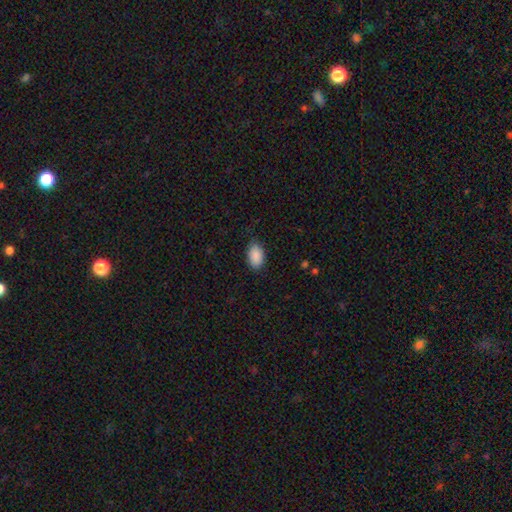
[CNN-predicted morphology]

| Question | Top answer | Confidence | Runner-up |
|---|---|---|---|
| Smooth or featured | smooth | 90% | star or artifact (7%) |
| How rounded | in between | 92% | round (7%) |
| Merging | none | 81% | minor disturbance (15%) |